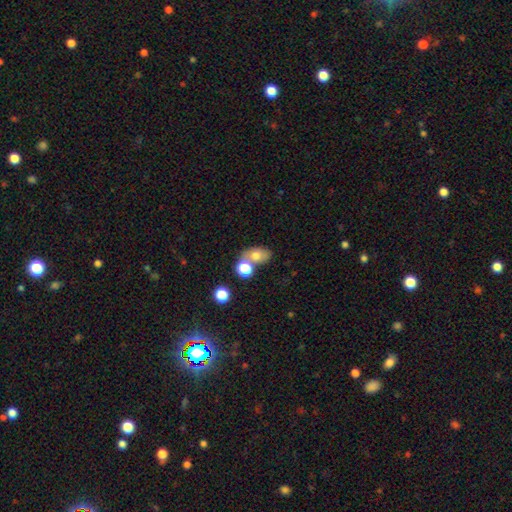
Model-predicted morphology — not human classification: Smooth or featured? smooth (71%)
How rounded? in between (71%)
Merging? none (46%)